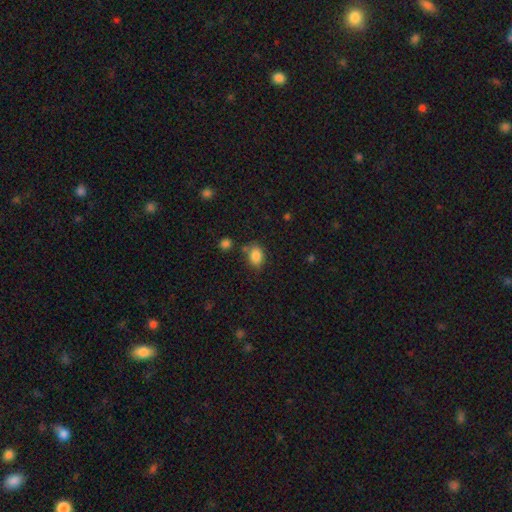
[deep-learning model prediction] Smooth or featured? smooth (85%)
How rounded? in between (72%)
Merging? none (66%)